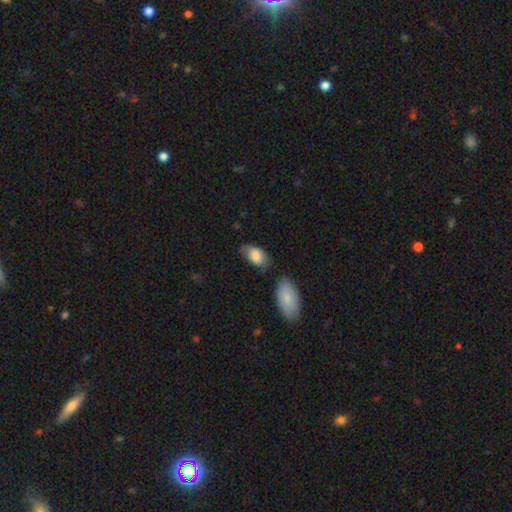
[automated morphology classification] smooth 83%, featured or disk 11%, star or artifact 6%. Down the decision tree: how rounded — in between (94%); merging — none (58%).